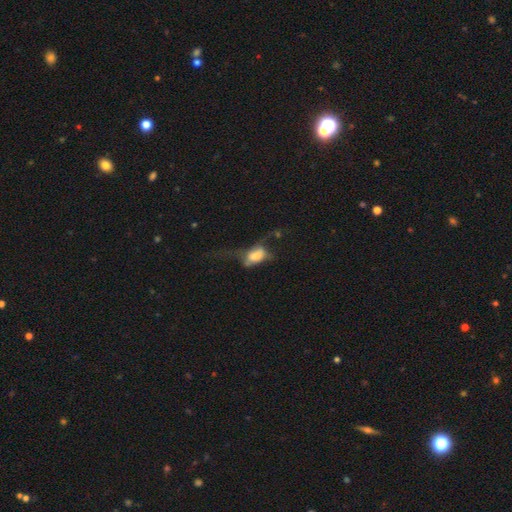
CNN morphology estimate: A smooth galaxy with no disk features (61%) that is in between round and cigar-shaped (86%). Merging: major disturbance (56%).